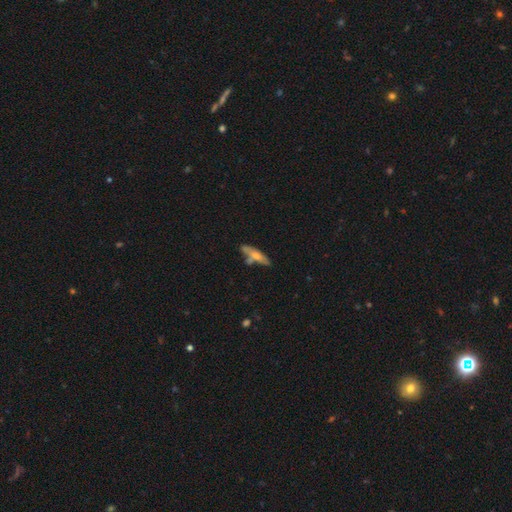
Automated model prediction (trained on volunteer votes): smooth-or-featured: smooth: 47% | featured or disk: 46% | star or artifact: 7%
  merging: none: 58% | minor disturbance: 19% | merger: 17% | major disturbance: 6%